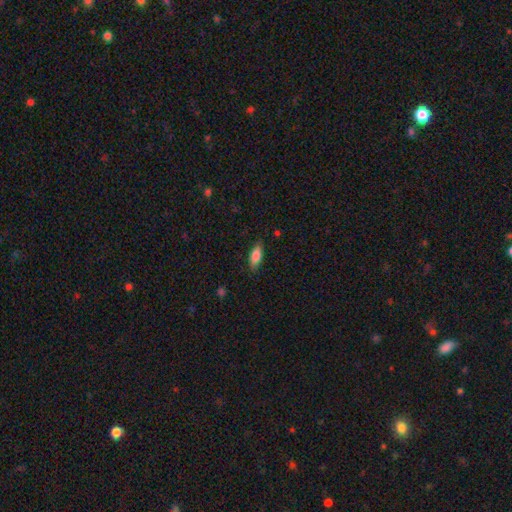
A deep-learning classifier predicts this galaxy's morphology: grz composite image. It shows a smooth galaxy with no disk features (81%) that is in between round and cigar-shaped (75%). Merging: none (83%).